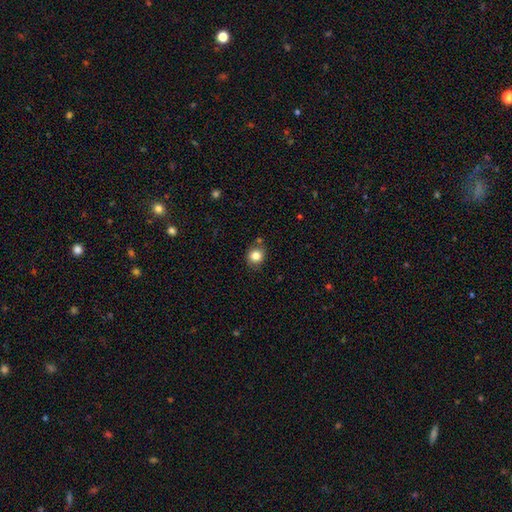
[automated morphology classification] A smooth galaxy with no disk features (83%) that is round (80%).

Vote fractions:
- Smooth or featured? smooth: 83% / star or artifact: 11% / featured or disk: 7%
- How rounded? round: 80% / in between: 19% / cigar-shaped: 1%
- Merging? none: 79% / minor disturbance: 13% / merger: 6% / major disturbance: 3%